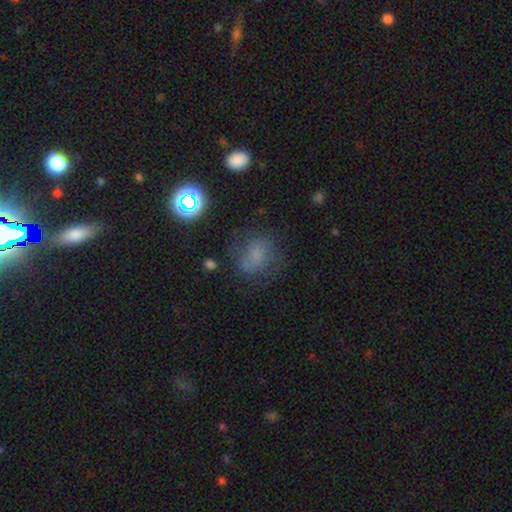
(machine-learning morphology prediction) Smooth or featured: smooth — 55% (featured or disk — 25%)
How rounded: round — 62% (in between — 37%)
Merging: none — 61% (minor disturbance — 22%)